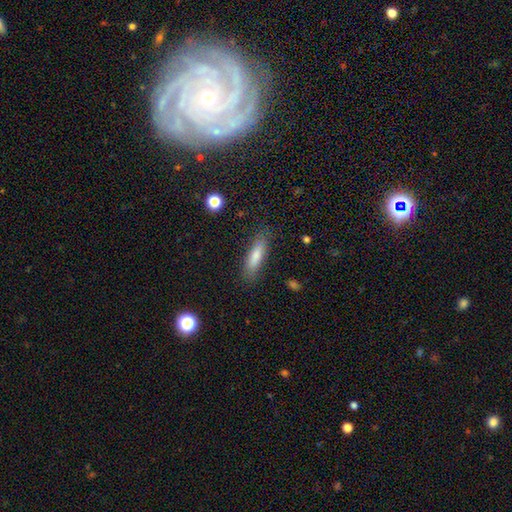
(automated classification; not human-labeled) Smooth or featured? smooth (75%)
How rounded? cigar-shaped (69%)
Merging? none (85%)